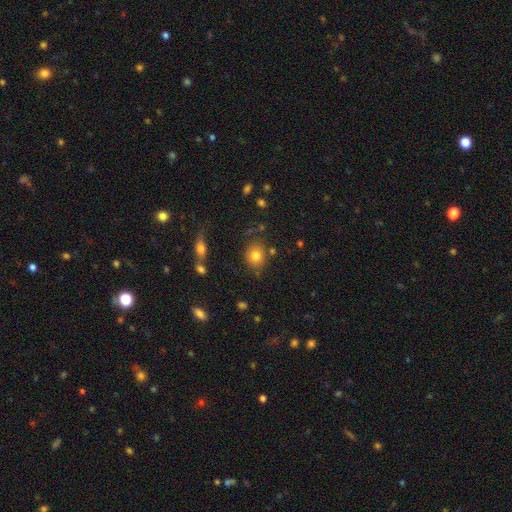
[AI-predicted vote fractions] Smooth or featured?
  - smooth: 80% *
  - star or artifact: 11%
  - featured or disk: 9%
How rounded?
  - round: 68% *
  - in between: 31%
  - cigar-shaped: 1%
Merging?
  - none: 79% *
  - minor disturbance: 12%
  - merger: 5%
  - major disturbance: 4%